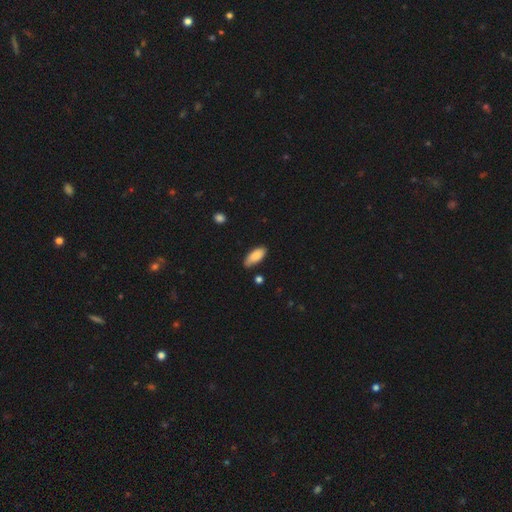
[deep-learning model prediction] A smooth galaxy with no disk features (83%) that is in between round and cigar-shaped (86%).

Vote fractions:
- Smooth or featured? smooth: 83% / featured or disk: 10% / star or artifact: 6%
- How rounded? in between: 86% / cigar-shaped: 12% / round: 2%
- Merging? none: 75% / minor disturbance: 20% / major disturbance: 3% / merger: 3%